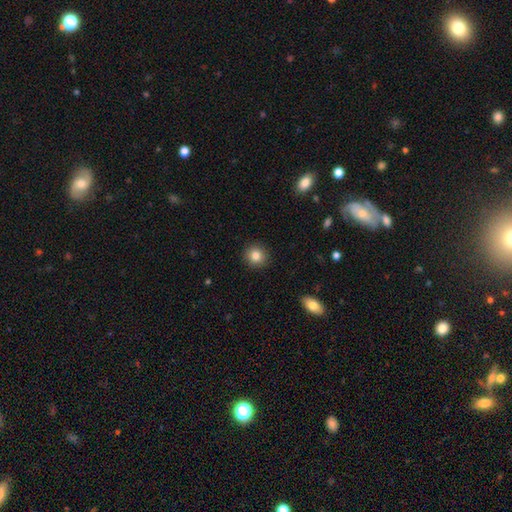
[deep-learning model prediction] Q: Smooth or featured?
A: smooth (84%); runner-up: star or artifact (10%)
Q: How rounded?
A: round (91%); runner-up: in between (8%)
Q: Merging?
A: none (92%); runner-up: minor disturbance (5%)